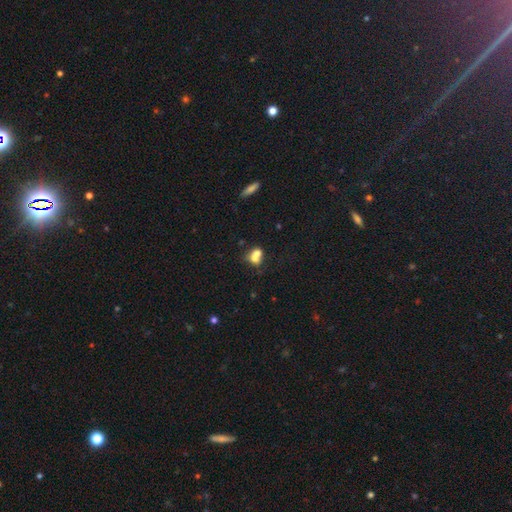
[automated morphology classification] Smooth or featured: smooth — 69% (featured or disk — 19%)
How rounded: in between — 58% (round — 39%)
Merging: merger — 59% (none — 24%)